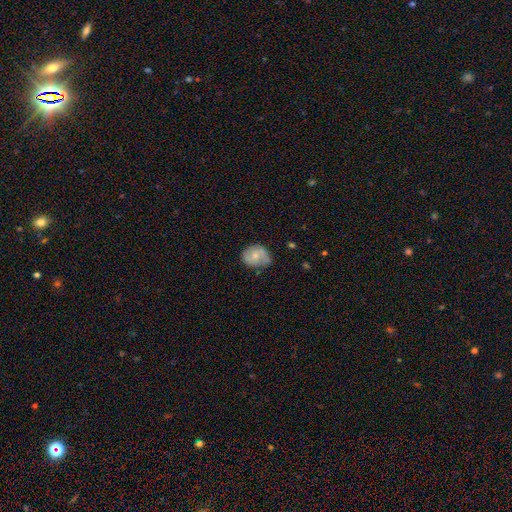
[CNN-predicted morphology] Smooth or featured: smooth — 47% (featured or disk — 46%)
Merging: none — 62% (minor disturbance — 29%)